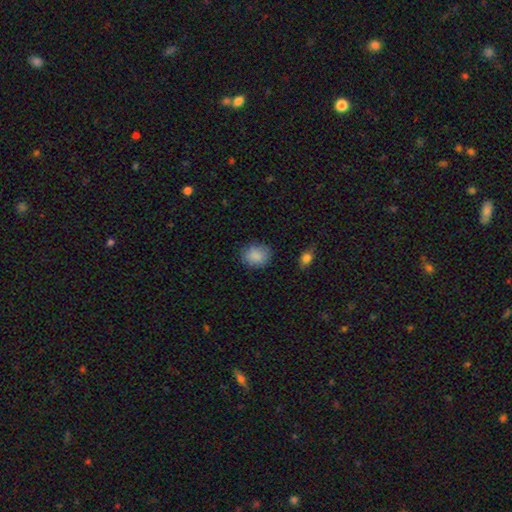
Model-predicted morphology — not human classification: smooth_or_featured: smooth (p=0.88) [alt: star or artifact p=0.08]
how_rounded: round (p=0.60) [alt: in between p=0.39]
merging: none (p=0.82) [alt: minor disturbance p=0.13]